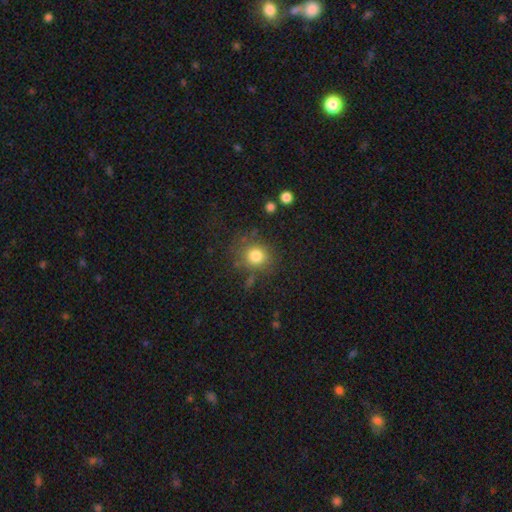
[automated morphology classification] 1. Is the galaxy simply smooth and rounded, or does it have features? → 80% smooth, 12% star or artifact, 8% featured or disk.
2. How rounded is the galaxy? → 81% round, 18% in between, 1% cigar-shaped.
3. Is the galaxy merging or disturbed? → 76% none, 14% minor disturbance, 6% major disturbance, 4% merger.